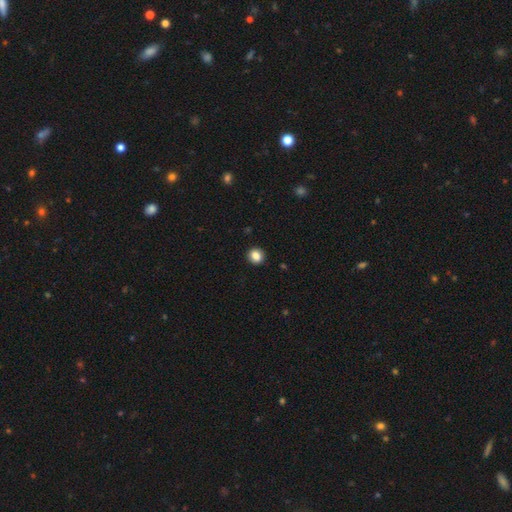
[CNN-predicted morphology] Smooth or featured: smooth — 86% (star or artifact — 10%)
How rounded: round — 82% (in between — 17%)
Merging: none — 92% (minor disturbance — 5%)